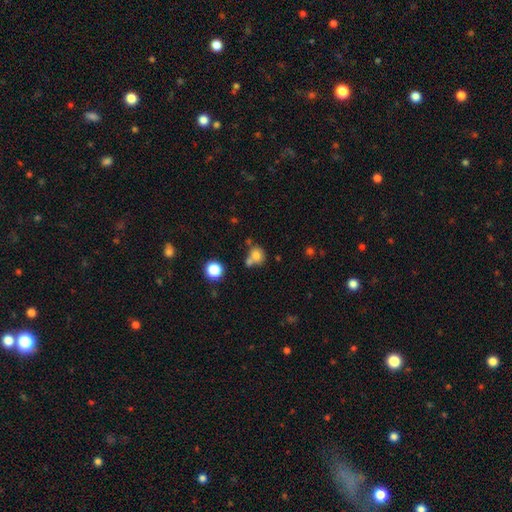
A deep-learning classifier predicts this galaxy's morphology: This appears to be a smooth galaxy with no disk features (76%) that is round (74%). Merging: none (46%).